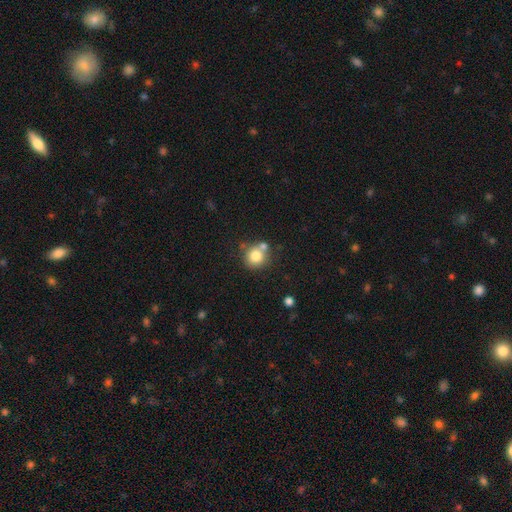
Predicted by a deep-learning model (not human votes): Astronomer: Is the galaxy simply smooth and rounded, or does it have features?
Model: smooth — 78%.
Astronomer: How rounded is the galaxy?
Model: round — 86%.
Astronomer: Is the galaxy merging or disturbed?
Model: none — 61%.